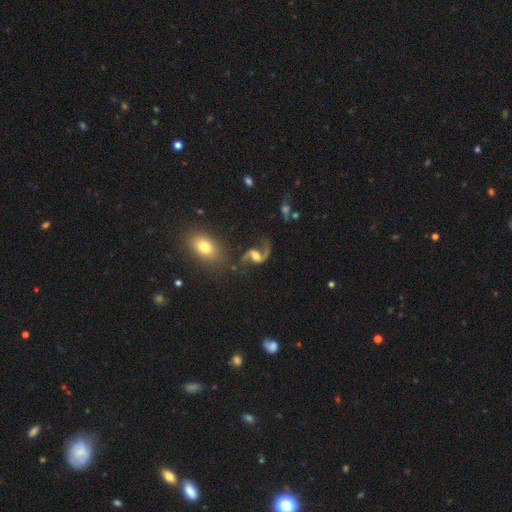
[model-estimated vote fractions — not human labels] smooth-or-featured: featured or disk: 88% | smooth: 6% | star or artifact: 6%
  disk-edge-on: no: 97% | yes: 3%
    bar: weak: 44% | no: 37% | strong: 19%
    has-spiral-arms: yes: 97% | no: 3%
      spiral-winding: loose: 74% | medium: 23% | tight: 4%
      spiral-arm-count: 2: 92% | 1: 4% | can't tell: 1% | 3: 1% | 4: 1% | more than 4: 1%
    bulge-size: moderate: 49% | small: 23% | large: 18% | none: 7% | dominant: 2%
  merging: none: 68% | minor disturbance: 14% | major disturbance: 12% | merger: 5%